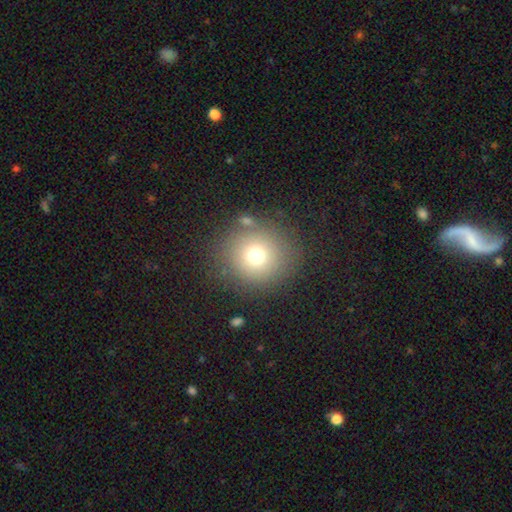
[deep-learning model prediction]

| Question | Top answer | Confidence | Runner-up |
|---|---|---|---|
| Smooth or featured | smooth | 72% | star or artifact (16%) |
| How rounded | round | 92% | in between (8%) |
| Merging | none | 82% | minor disturbance (9%) |